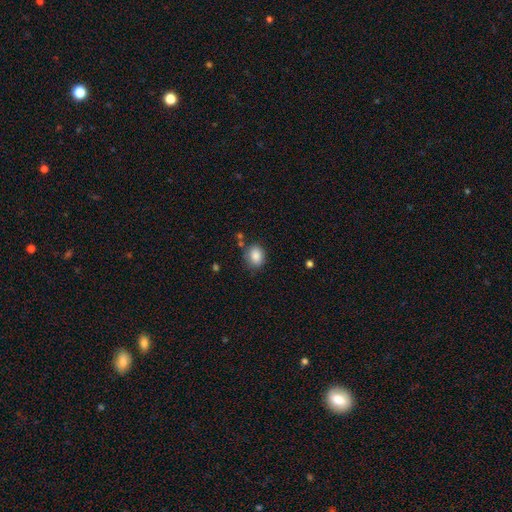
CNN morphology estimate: Q: Smooth or featured?
A: smooth (86%); runner-up: star or artifact (9%)
Q: How rounded?
A: round (51%); runner-up: in between (48%)
Q: Merging?
A: none (76%); runner-up: minor disturbance (16%)